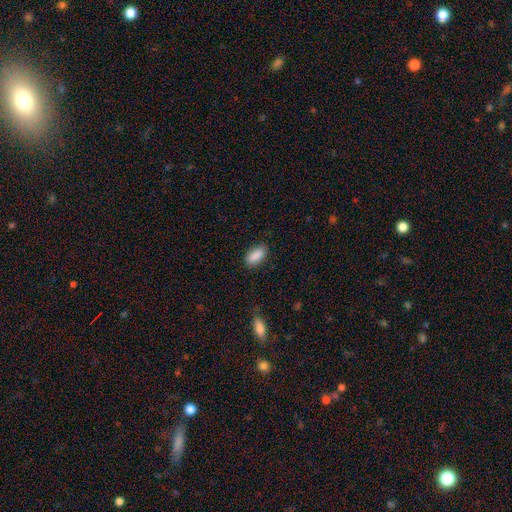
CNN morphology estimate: smooth_or_featured: smooth (p=0.89) [alt: star or artifact p=0.07]
how_rounded: in between (p=0.90) [alt: cigar-shaped p=0.07]
merging: none (p=0.85) [alt: minor disturbance p=0.11]